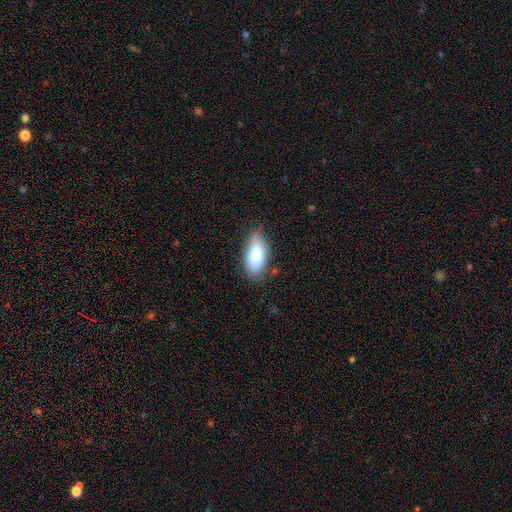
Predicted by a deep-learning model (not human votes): smooth-or-featured: smooth: 82% | featured or disk: 11% | star or artifact: 7%
  how-rounded: in between: 83% | cigar-shaped: 14% | round: 2%
  merging: none: 75% | minor disturbance: 20% | major disturbance: 4% | merger: 2%